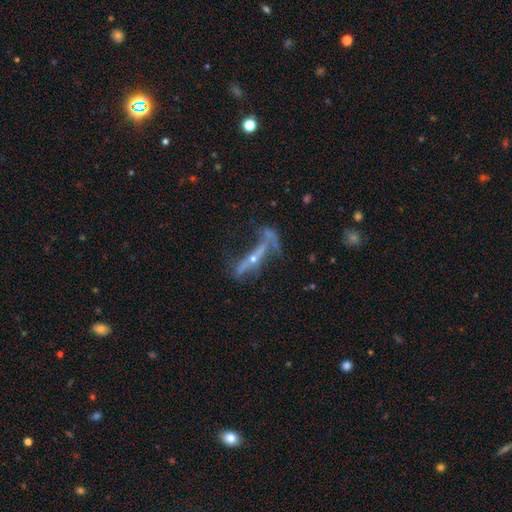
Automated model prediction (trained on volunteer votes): Q: Smooth or featured?
A: featured or disk (70%); runner-up: smooth (18%)
Q: Edge-on disk?
A: yes (55%); runner-up: no (45%)
Q: Merging?
A: major disturbance (33%); runner-up: none (31%)